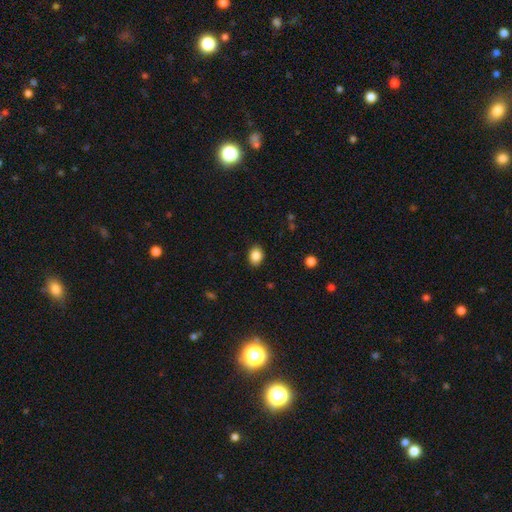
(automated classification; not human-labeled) A smooth galaxy with no disk features (87%) that is in between round and cigar-shaped (66%).

Vote fractions:
- Smooth or featured? smooth: 87% / star or artifact: 9% / featured or disk: 5%
- How rounded? in between: 66% / round: 33% / cigar-shaped: 1%
- Merging? none: 88% / minor disturbance: 9% / major disturbance: 2% / merger: 1%